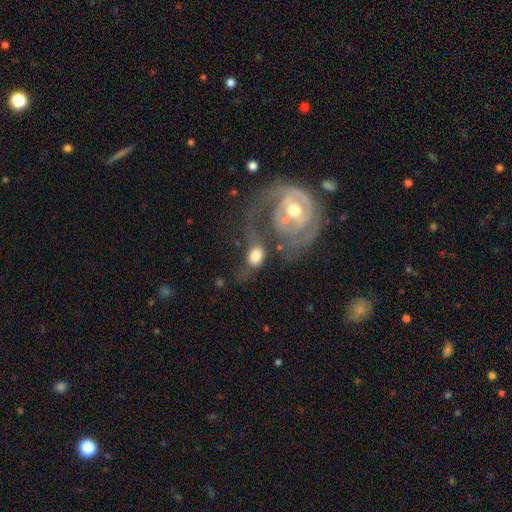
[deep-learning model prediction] This appears to be a smooth galaxy with no disk features (52%) that is in between round and cigar-shaped (63%). Merging: merger (35%).